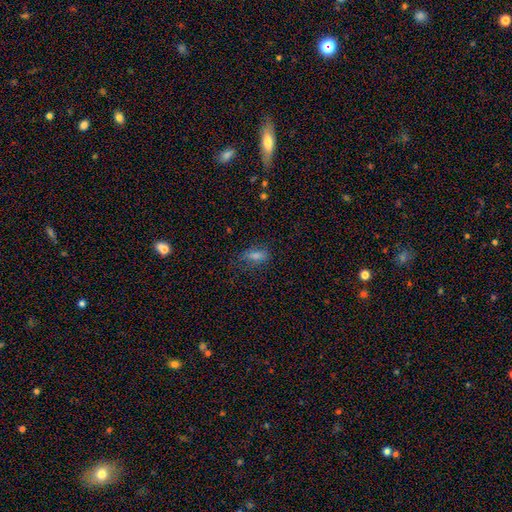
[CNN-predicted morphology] Smooth or featured? smooth (64%)
How rounded? in between (66%)
Merging? none (65%)